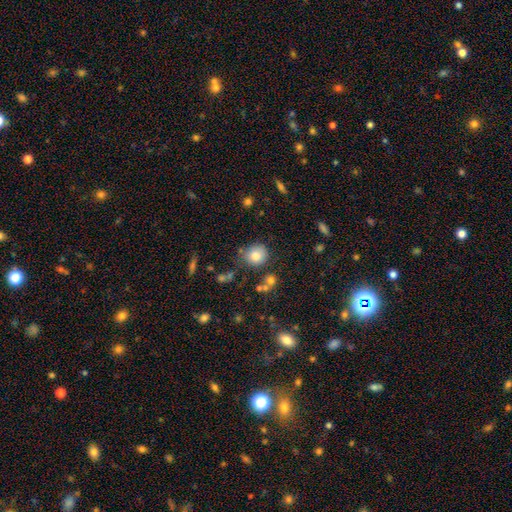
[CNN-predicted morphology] Smooth or featured: smooth — 80% (star or artifact — 11%)
How rounded: round — 82% (in between — 17%)
Merging: none — 73% (minor disturbance — 15%)